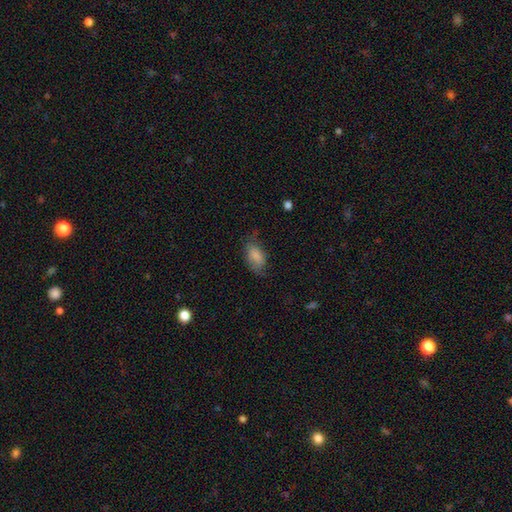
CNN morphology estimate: Q: Smooth or featured?
A: smooth (81%); runner-up: featured or disk (12%)
Q: How rounded?
A: in between (91%); runner-up: round (6%)
Q: Merging?
A: none (56%); runner-up: minor disturbance (30%)